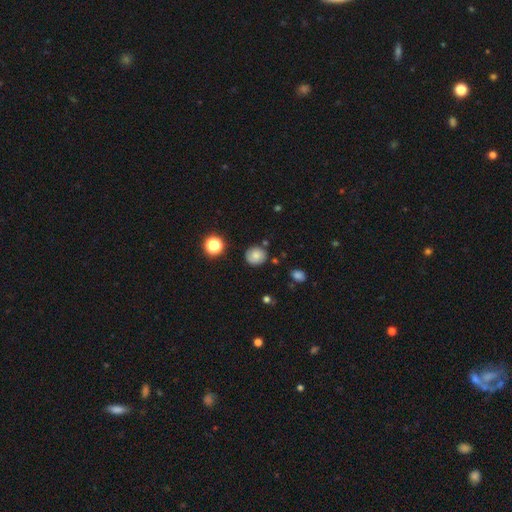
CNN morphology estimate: smooth 78%, star or artifact 12%, featured or disk 10%. Down the decision tree: how rounded — round (84%); merging — none (80%).